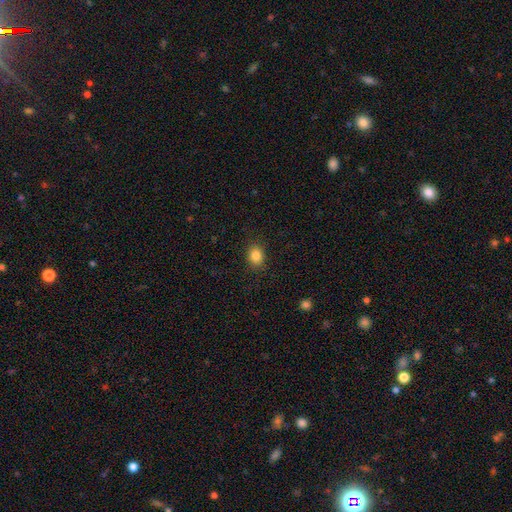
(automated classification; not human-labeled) smooth 85%, star or artifact 10%, featured or disk 5%. Down the decision tree: how rounded — in between (54%); merging — none (87%).